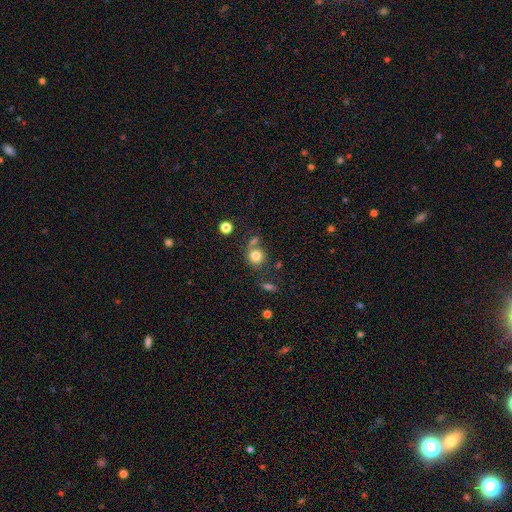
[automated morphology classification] A smooth galaxy with no disk features (80%) that is round (83%).

Vote fractions:
- Smooth or featured? smooth: 80% / star or artifact: 11% / featured or disk: 9%
- How rounded? round: 83% / in between: 16% / cigar-shaped: 1%
- Merging? none: 57% / merger: 23% / minor disturbance: 14% / major disturbance: 6%